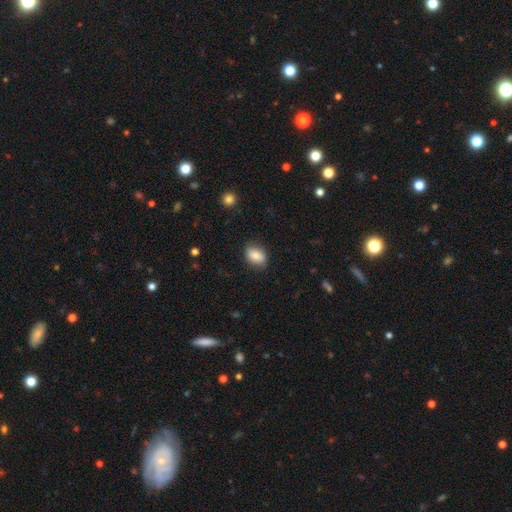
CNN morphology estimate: smooth_or_featured: smooth (p=0.80) [alt: featured or disk p=0.12]
how_rounded: in between (p=0.78) [alt: round p=0.21]
merging: none (p=0.81) [alt: minor disturbance p=0.15]